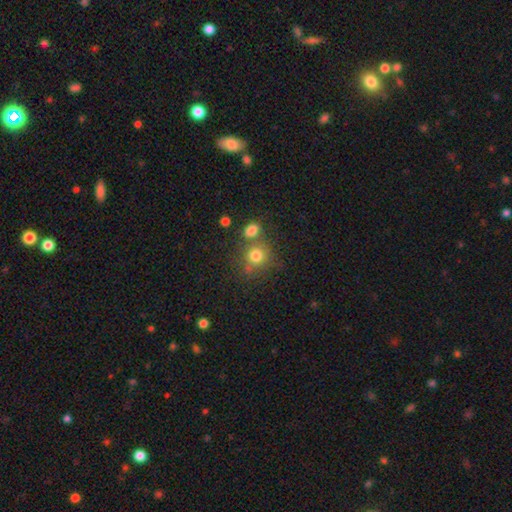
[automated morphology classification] smooth 77%, star or artifact 13%, featured or disk 10%. Down the decision tree: how rounded — round (84%); merging — none (59%).